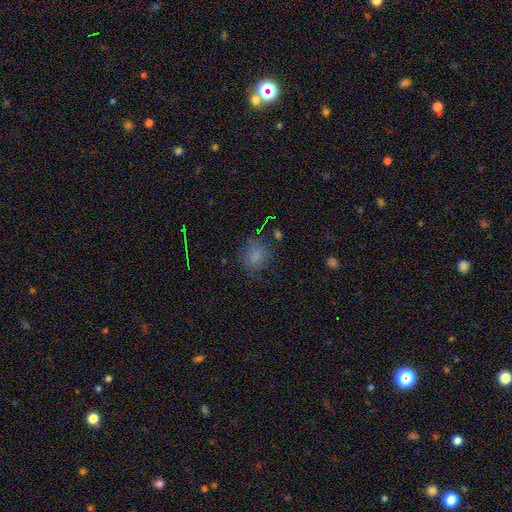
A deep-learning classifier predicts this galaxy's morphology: Smooth or featured? Predicted: smooth (p=0.72). How rounded? Predicted: round (p=0.64). Merging? Predicted: none (p=0.65).